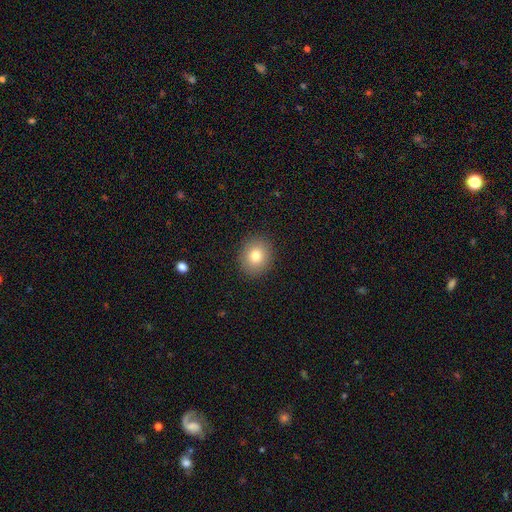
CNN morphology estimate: The model was most divided on "how rounded": round: 69%, in between: 30%, cigar-shaped: 1%. More confident: merging — none (90%); smooth or featured — smooth (80%).